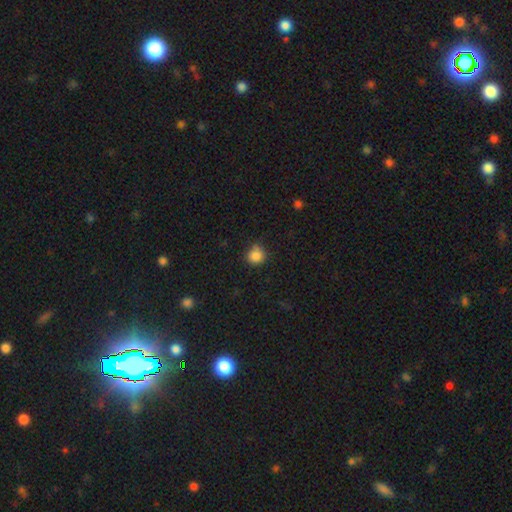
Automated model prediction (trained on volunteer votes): Overall: smooth (86%). How rounded: round (87%). Merging: none (70%).